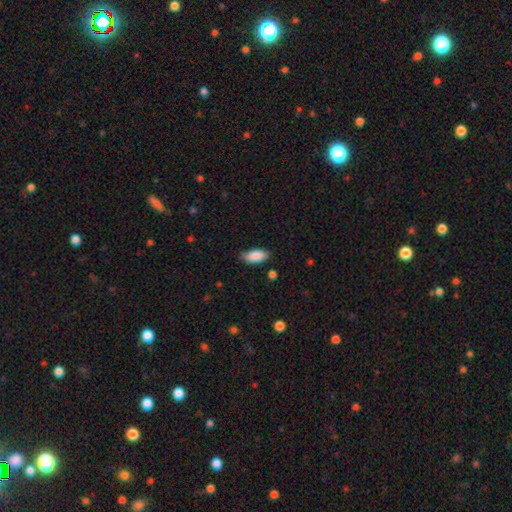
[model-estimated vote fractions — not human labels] The model was most divided on "merging": none: 82%, minor disturbance: 14%, major disturbance: 2%, merger: 1%. More confident: how rounded — in between (89%); smooth or featured — smooth (88%).